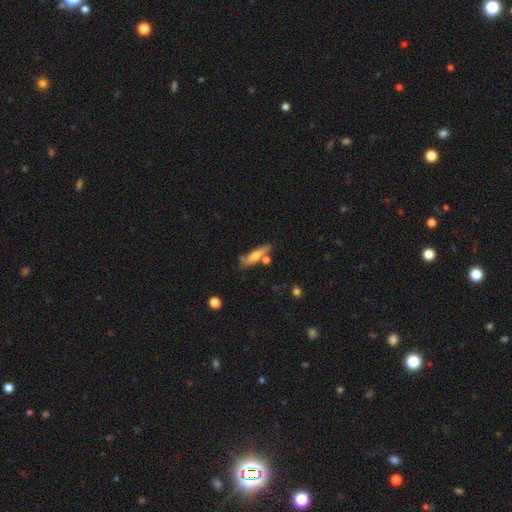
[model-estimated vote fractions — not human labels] A smooth galaxy with no disk features (51%) that is cigar-shaped (74%).

Vote fractions:
- Smooth or featured? smooth: 51% / featured or disk: 42% / star or artifact: 7%
- How rounded? cigar-shaped: 74% / in between: 23% / round: 3%
- Merging? none: 59% / minor disturbance: 20% / merger: 15% / major disturbance: 6%